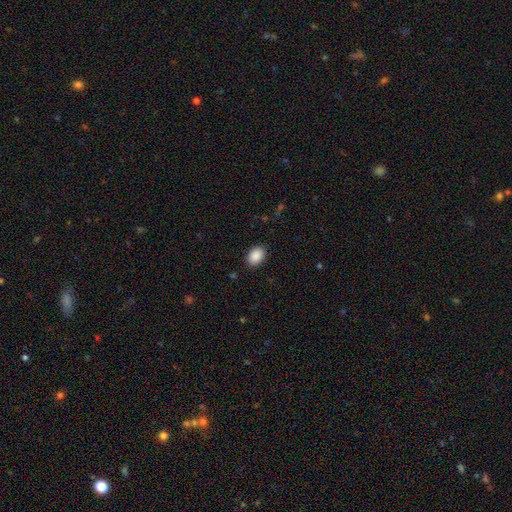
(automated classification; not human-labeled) Morphology: type=smooth (90%); roundness=in between (83%); merging=none (89%).